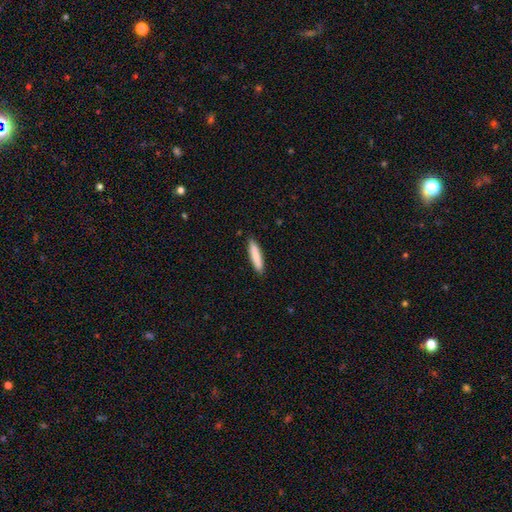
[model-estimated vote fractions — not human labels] This appears to be a smooth galaxy with no disk features (86%) that is cigar-shaped (84%). Merging: none (89%).